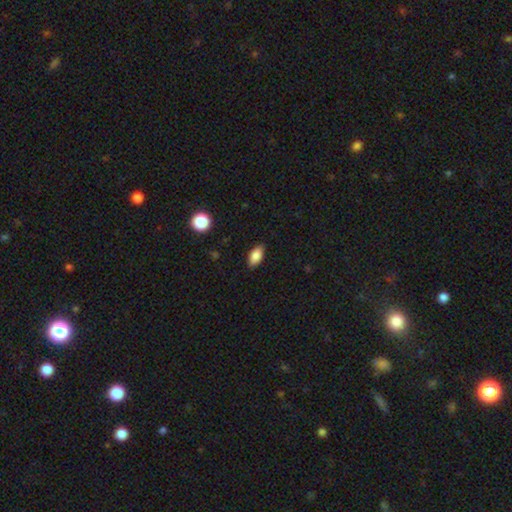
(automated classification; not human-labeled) Smooth or featured?
  - smooth: 84% *
  - featured or disk: 8%
  - star or artifact: 8%
How rounded?
  - in between: 90% *
  - cigar-shaped: 6%
  - round: 4%
Merging?
  - none: 86% *
  - minor disturbance: 11%
  - major disturbance: 2%
  - merger: 1%